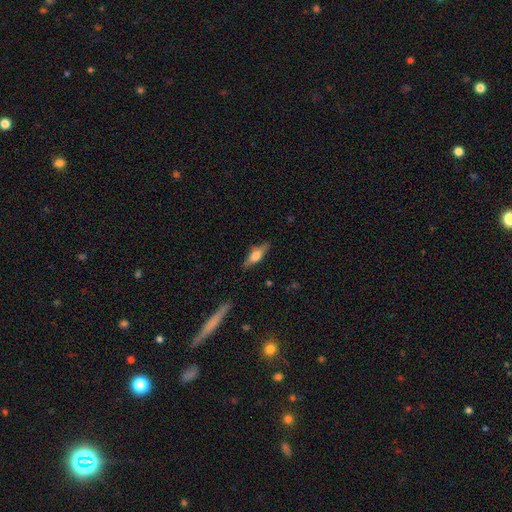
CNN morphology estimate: type=smooth (48%); merging=none (82%).